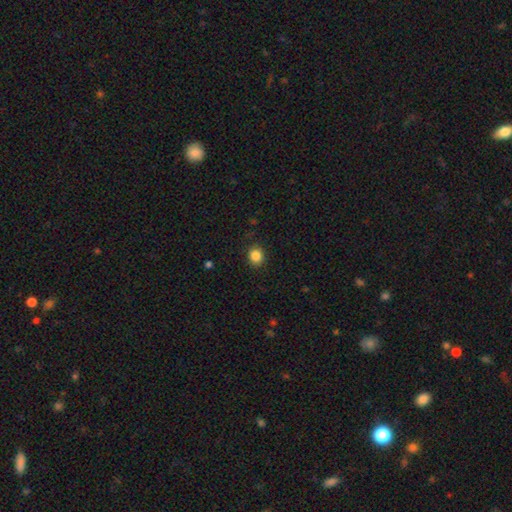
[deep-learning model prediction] smooth 86%, star or artifact 10%, featured or disk 4%. Down the decision tree: how rounded — round (78%); merging — none (89%).